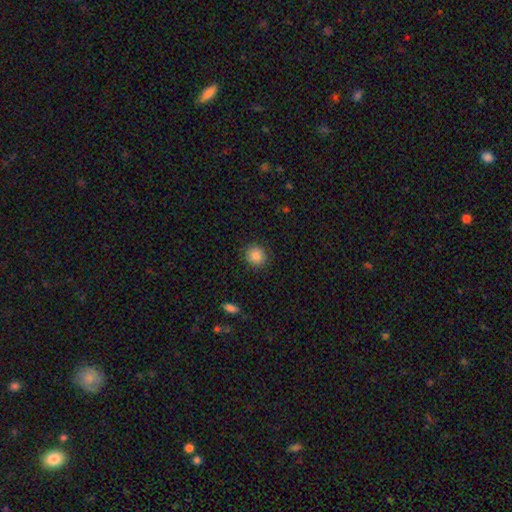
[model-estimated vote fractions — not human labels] Smooth or featured?
  - smooth: 86% *
  - star or artifact: 9%
  - featured or disk: 5%
How rounded?
  - round: 87% *
  - in between: 12%
  - cigar-shaped: 1%
Merging?
  - none: 89% *
  - minor disturbance: 8%
  - major disturbance: 2%
  - merger: 1%